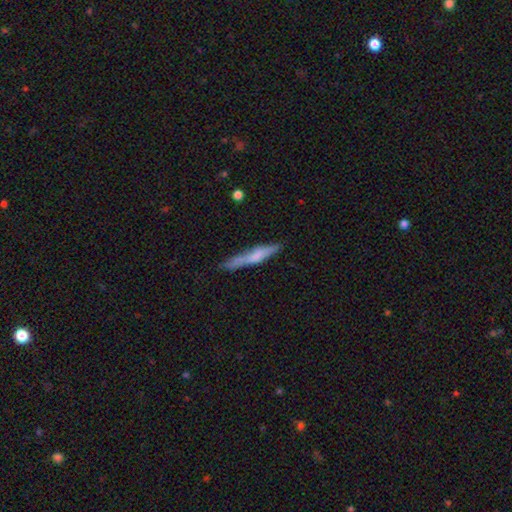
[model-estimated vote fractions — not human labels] Smooth or featured: smooth — 51% (featured or disk — 42%)
How rounded: cigar-shaped — 92% (in between — 6%)
Merging: none — 75% (minor disturbance — 18%)